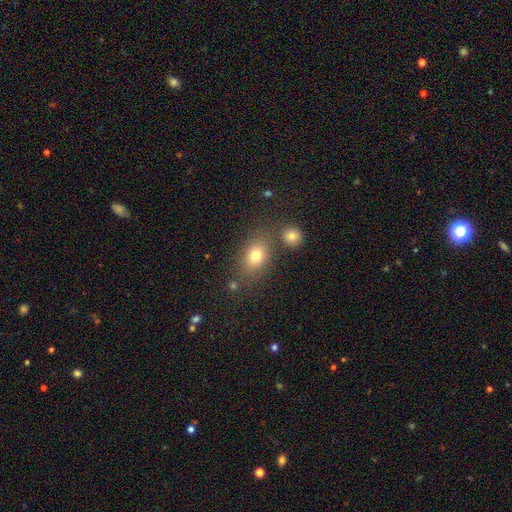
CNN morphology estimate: smooth-or-featured: smooth: 76% | star or artifact: 13% | featured or disk: 11%
  how-rounded: in between: 70% | round: 28% | cigar-shaped: 2%
  merging: none: 72% | minor disturbance: 13% | merger: 10% | major disturbance: 5%